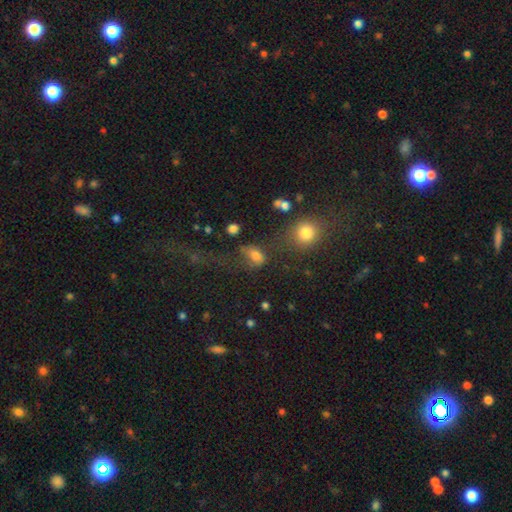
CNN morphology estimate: Smooth or featured?
  - smooth: 70% *
  - star or artifact: 17%
  - featured or disk: 14%
How rounded?
  - in between: 73% *
  - round: 24%
  - cigar-shaped: 4%
Merging?
  - none: 38% *
  - major disturbance: 29%
  - minor disturbance: 19%
  - merger: 15%